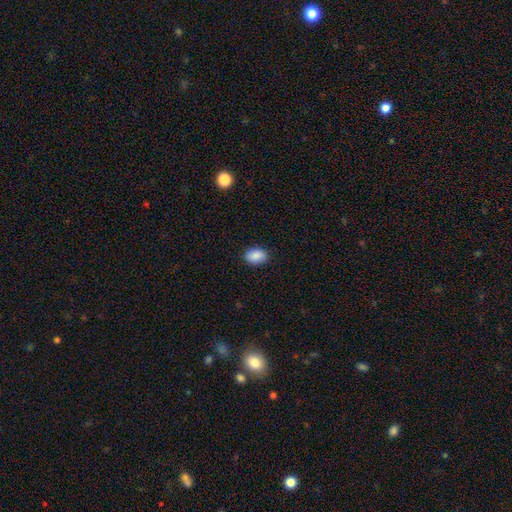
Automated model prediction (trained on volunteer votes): A smooth galaxy with no disk features (89%) that is in between round and cigar-shaped (84%). Merging: none (88%).